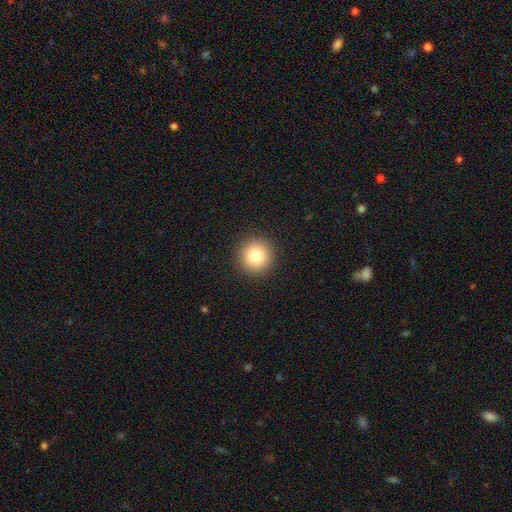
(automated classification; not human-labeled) Overall: smooth (81%). How rounded: round (94%). Merging: none (92%).